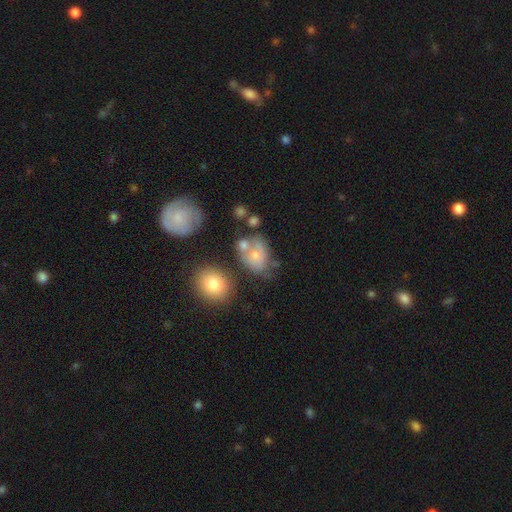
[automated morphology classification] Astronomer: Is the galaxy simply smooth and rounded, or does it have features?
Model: smooth — 60%.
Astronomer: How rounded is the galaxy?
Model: in between — 61% (runner-up: round, 37%).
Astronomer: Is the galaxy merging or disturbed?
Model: none — 34% (runner-up: merger, 28%).